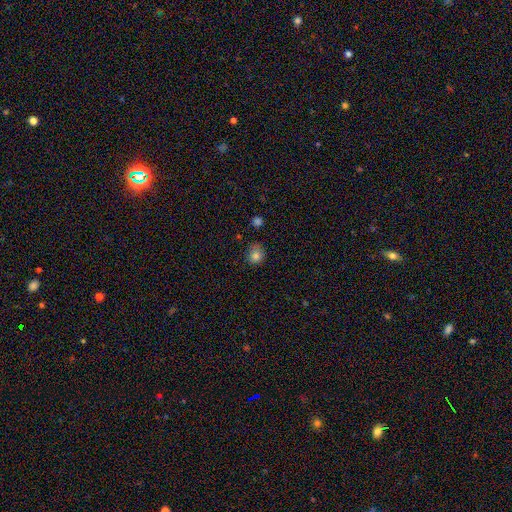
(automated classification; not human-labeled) Morphology: type=smooth (82%); roundness=round (83%); merging=none (73%).